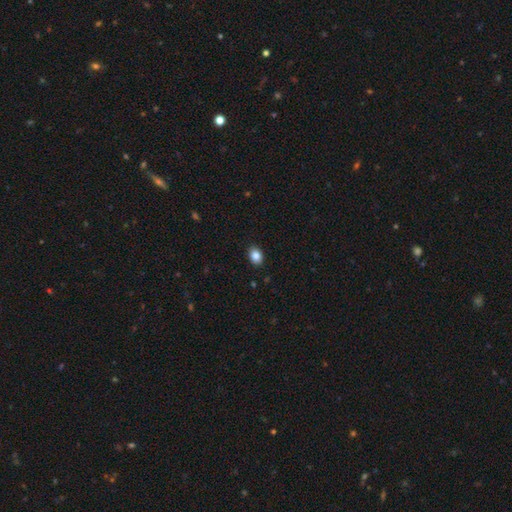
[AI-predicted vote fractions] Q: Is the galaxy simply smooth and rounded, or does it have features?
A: smooth — 85%.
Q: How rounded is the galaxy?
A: in between — 71%.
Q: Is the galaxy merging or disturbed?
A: none — 90%.